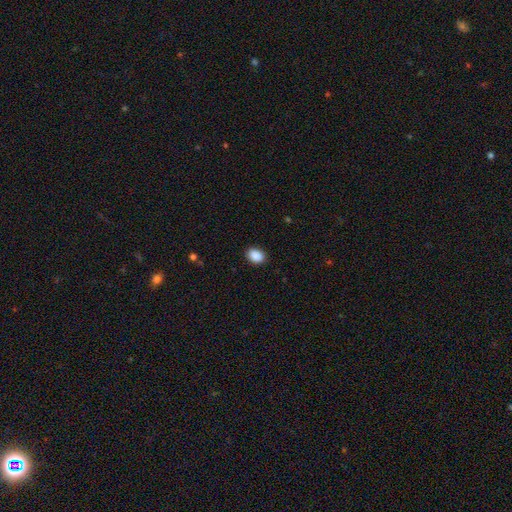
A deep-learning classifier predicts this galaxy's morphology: This is clearly a smooth galaxy (90%). How rounded: likely in between (72%). Merging: clearly none (89%).